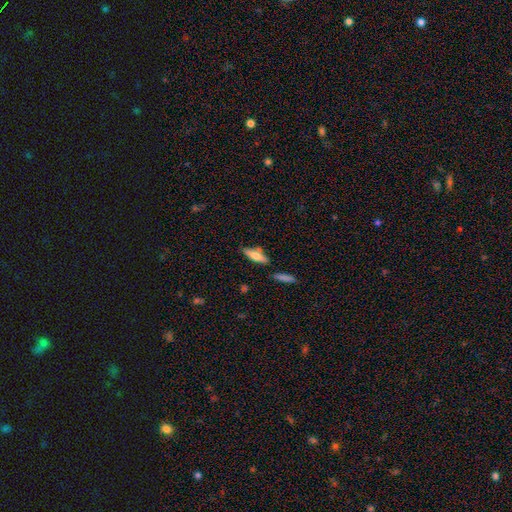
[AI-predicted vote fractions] Morphology: type=smooth (61%); roundness=cigar-shaped (54%); merging=none (76%).